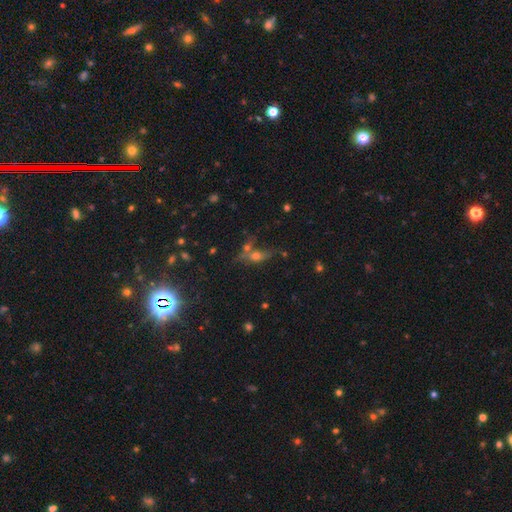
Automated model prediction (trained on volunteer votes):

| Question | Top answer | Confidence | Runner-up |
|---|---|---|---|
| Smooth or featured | smooth | 38% | featured or disk (35%) |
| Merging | none | 57% | merger (21%) |